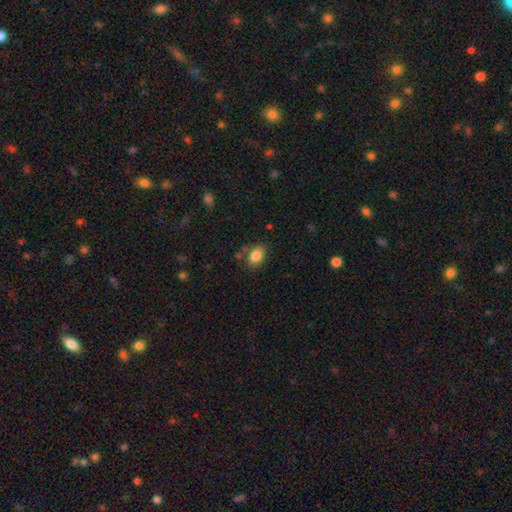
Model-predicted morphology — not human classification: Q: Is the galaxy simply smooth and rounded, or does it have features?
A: smooth — 85%.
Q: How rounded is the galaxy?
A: in between — 88%.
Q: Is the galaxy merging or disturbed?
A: none — 78%.